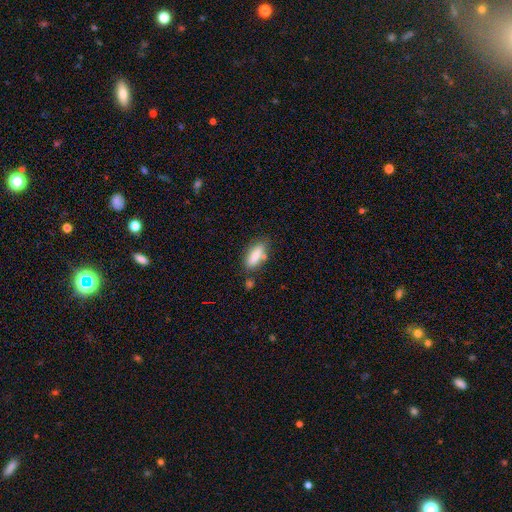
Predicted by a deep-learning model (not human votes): A smooth galaxy with no disk features (84%) that is in between round and cigar-shaped (71%). Merging: none (70%).